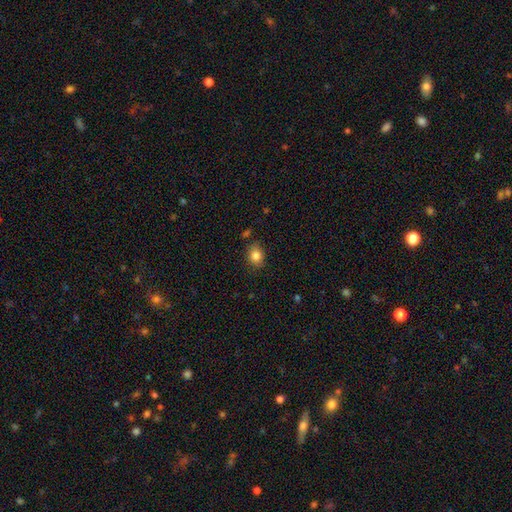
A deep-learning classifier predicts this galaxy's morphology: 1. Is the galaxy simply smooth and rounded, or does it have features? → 84% smooth, 10% star or artifact, 6% featured or disk.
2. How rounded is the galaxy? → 62% round, 37% in between, 1% cigar-shaped.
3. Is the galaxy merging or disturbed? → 82% none, 13% minor disturbance, 3% major disturbance, 3% merger.